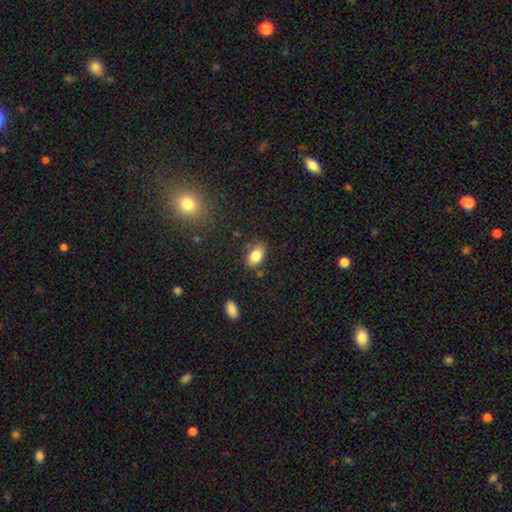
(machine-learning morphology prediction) Smooth or featured?
  - smooth: 83% *
  - featured or disk: 9%
  - star or artifact: 8%
How rounded?
  - in between: 90% *
  - round: 8%
  - cigar-shaped: 2%
Merging?
  - none: 80% *
  - minor disturbance: 14%
  - major disturbance: 3%
  - merger: 3%